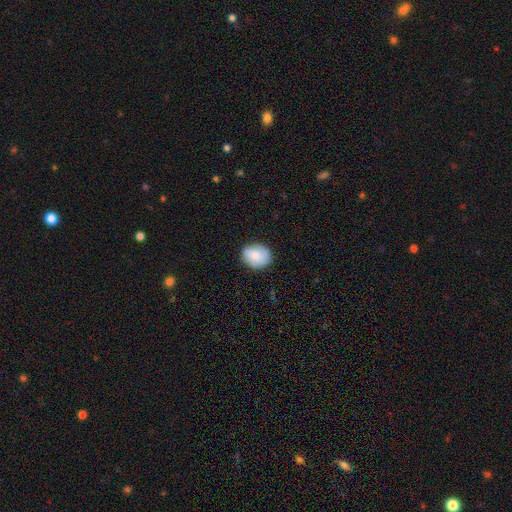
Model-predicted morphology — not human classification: smooth-or-featured: smooth: 78% | featured or disk: 15% | star or artifact: 7%
  how-rounded: round: 58% | in between: 41% | cigar-shaped: 1%
  merging: none: 82% | minor disturbance: 14% | major disturbance: 3% | merger: 1%